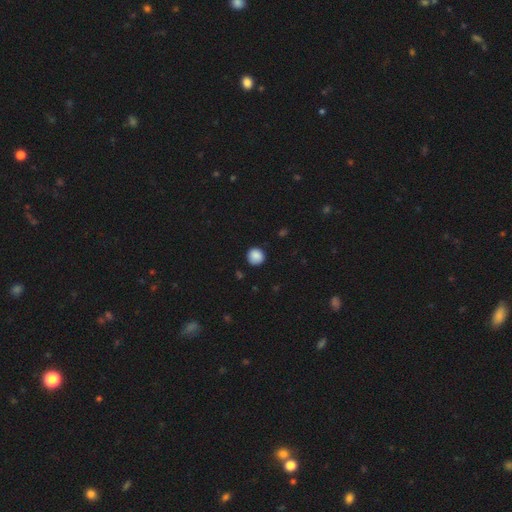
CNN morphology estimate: type=smooth (88%); roundness=round (93%); merging=none (88%).